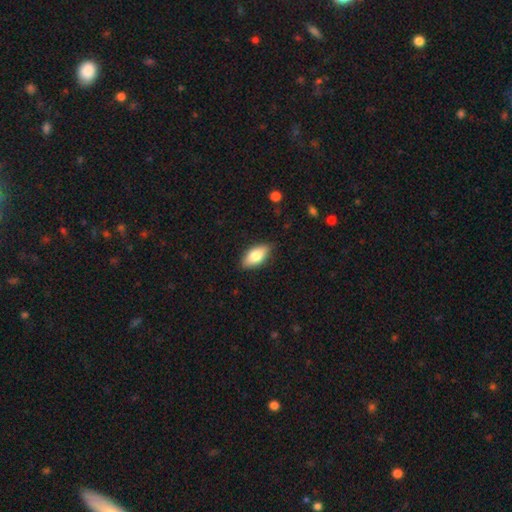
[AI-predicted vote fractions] Smooth or featured? smooth (78%)
How rounded? in between (89%)
Merging? none (85%)